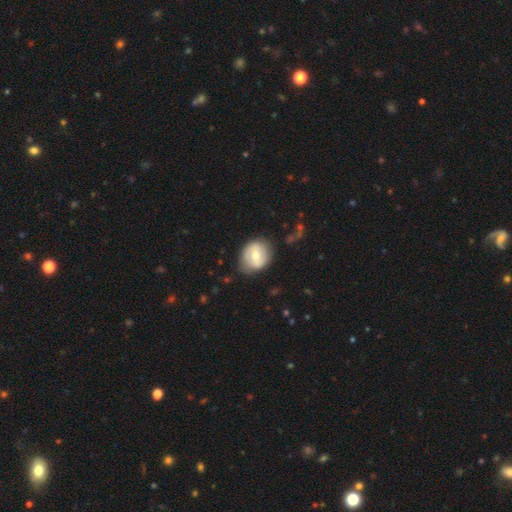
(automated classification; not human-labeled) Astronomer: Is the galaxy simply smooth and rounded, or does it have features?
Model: smooth — 51% (runner-up: featured or disk, 42%).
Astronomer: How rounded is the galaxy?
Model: round — 63%.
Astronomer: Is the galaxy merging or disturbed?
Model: none — 74%.